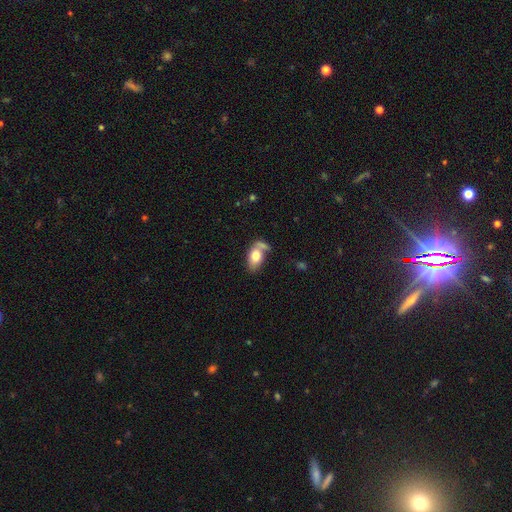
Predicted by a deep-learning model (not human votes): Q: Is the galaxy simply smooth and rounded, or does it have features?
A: smooth — 72%.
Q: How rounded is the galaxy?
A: in between — 88%.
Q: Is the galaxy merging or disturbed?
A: none — 40%.